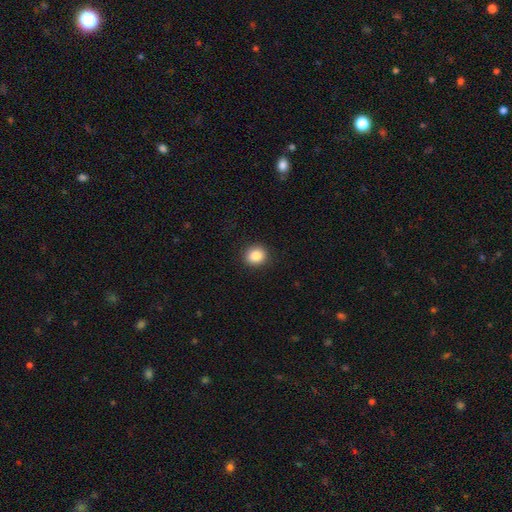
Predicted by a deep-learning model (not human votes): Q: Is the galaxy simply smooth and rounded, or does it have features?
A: smooth — 86%.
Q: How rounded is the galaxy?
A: round — 80%.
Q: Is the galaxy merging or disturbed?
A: none — 91%.